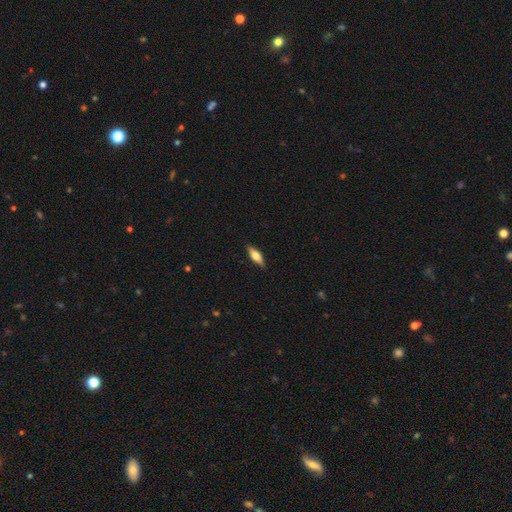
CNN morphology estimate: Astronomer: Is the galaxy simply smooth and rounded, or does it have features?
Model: smooth — 55% (runner-up: featured or disk, 39%).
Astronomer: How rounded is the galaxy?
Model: in between — 55% (runner-up: cigar-shaped, 43%).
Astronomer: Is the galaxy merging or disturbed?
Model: none — 86%.